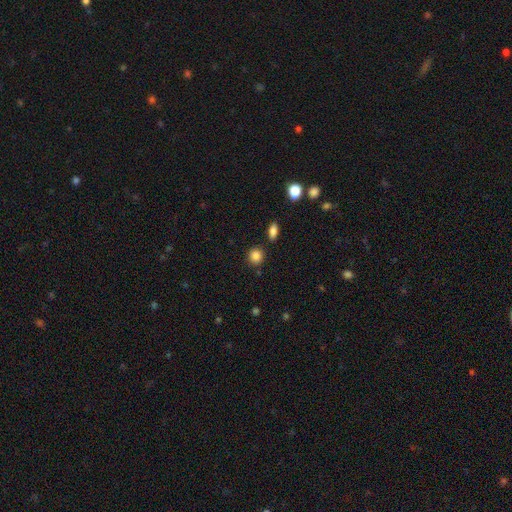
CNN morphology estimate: A smooth galaxy with no disk features (86%) that is round (87%). Merging: none (85%).